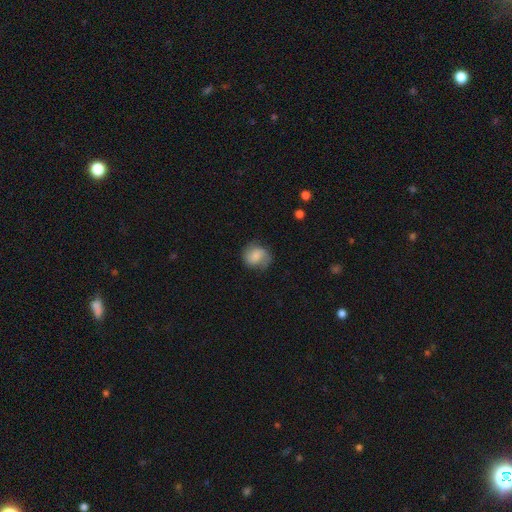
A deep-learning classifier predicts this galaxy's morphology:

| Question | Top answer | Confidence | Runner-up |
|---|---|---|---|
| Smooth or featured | smooth | 59% | featured or disk (33%) |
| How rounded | round | 67% | in between (32%) |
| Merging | none | 66% | minor disturbance (23%) |